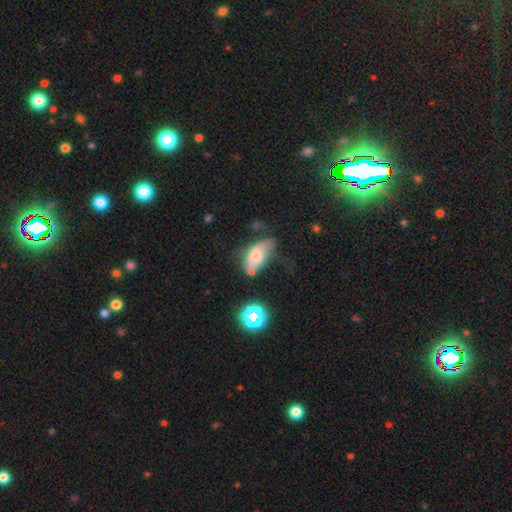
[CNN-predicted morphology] Smooth or featured? smooth (55%)
How rounded? in between (90%)
Merging? minor disturbance (33%)